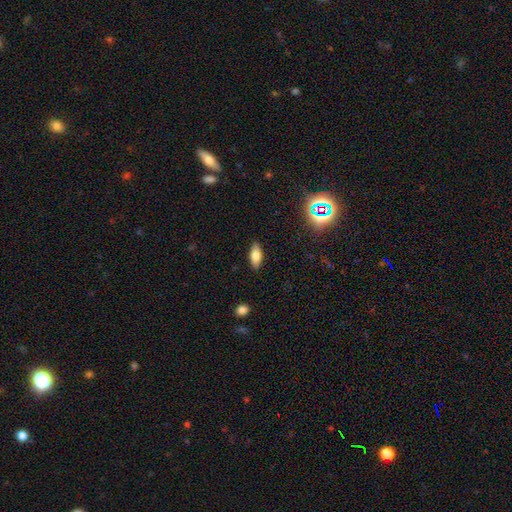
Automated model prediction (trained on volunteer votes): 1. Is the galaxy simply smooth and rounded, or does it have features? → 73% smooth, 17% featured or disk, 10% star or artifact.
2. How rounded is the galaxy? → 81% in between, 16% cigar-shaped, 3% round.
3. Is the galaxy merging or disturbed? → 88% none, 9% minor disturbance, 2% major disturbance, 1% merger.